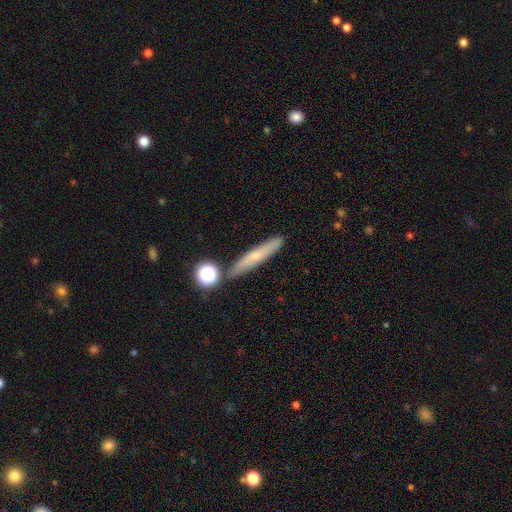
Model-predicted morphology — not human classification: A smooth galaxy with no disk features (56%) that is cigar-shaped (89%). Merging: none (79%).